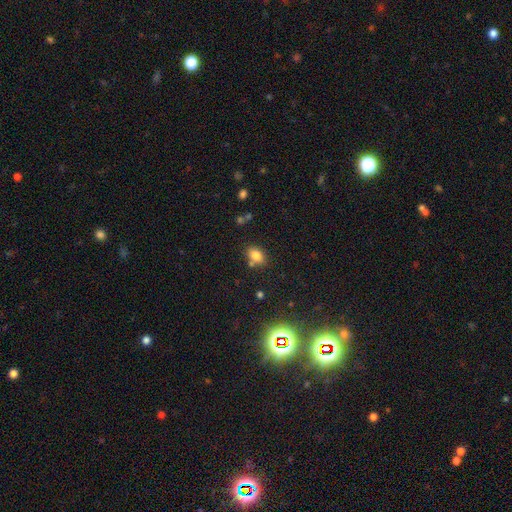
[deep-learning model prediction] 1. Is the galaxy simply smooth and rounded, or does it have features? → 80% smooth, 11% star or artifact, 9% featured or disk.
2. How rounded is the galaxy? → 77% in between, 21% round, 1% cigar-shaped.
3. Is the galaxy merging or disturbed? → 71% none, 13% minor disturbance, 12% merger, 3% major disturbance.